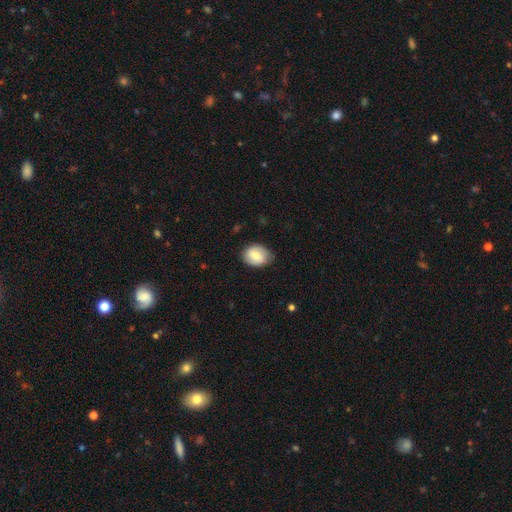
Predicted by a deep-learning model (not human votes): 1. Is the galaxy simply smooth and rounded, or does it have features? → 75% smooth, 19% featured or disk, 7% star or artifact.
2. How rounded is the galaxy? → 61% in between, 38% round, 1% cigar-shaped.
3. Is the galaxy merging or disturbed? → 73% none, 22% minor disturbance, 4% major disturbance, 1% merger.